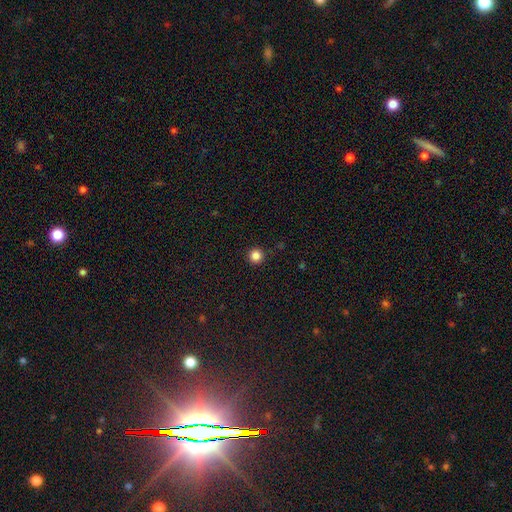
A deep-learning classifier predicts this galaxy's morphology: Smooth or featured: smooth — 84% (star or artifact — 12%)
How rounded: round — 96% (in between — 3%)
Merging: none — 92% (minor disturbance — 5%)